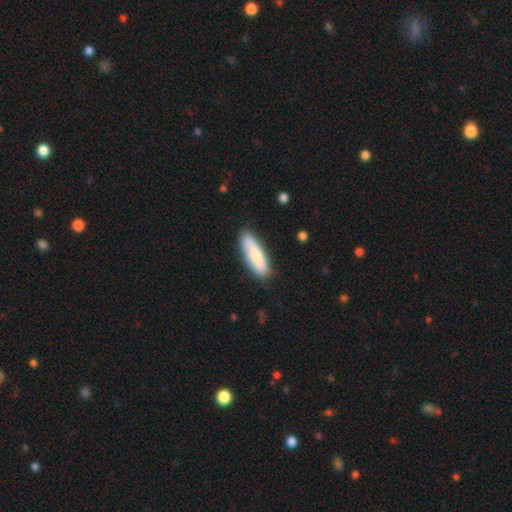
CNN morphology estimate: smooth-or-featured: smooth: 75% | featured or disk: 19% | star or artifact: 6%
  how-rounded: cigar-shaped: 54% | in between: 44% | round: 2%
  merging: none: 82% | minor disturbance: 13% | major disturbance: 3% | merger: 2%